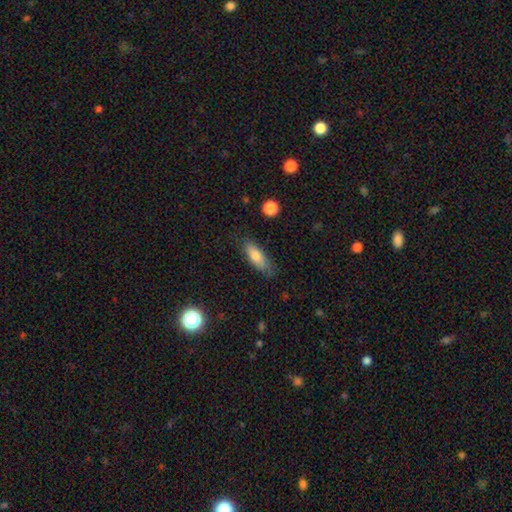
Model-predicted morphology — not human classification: smooth 78%, featured or disk 15%, star or artifact 7%. Down the decision tree: how rounded — in between (61%); merging — none (76%).